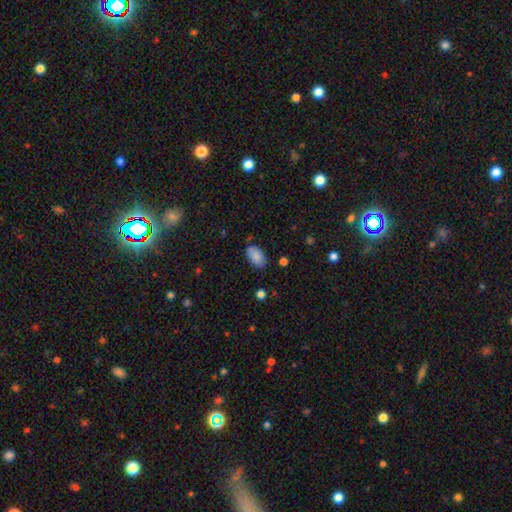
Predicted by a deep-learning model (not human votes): This is clearly a smooth galaxy (85%). How rounded: clearly in between (94%). Merging: likely none (79%).